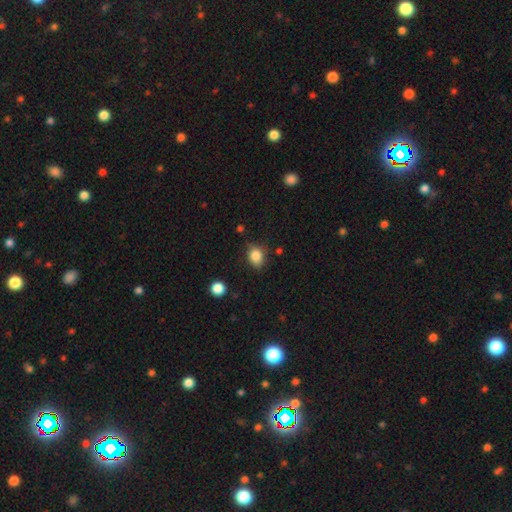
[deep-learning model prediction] Smooth or featured? Predicted: smooth (p=0.84). How rounded? Predicted: in between (p=0.59). Merging? Predicted: none (p=0.74).